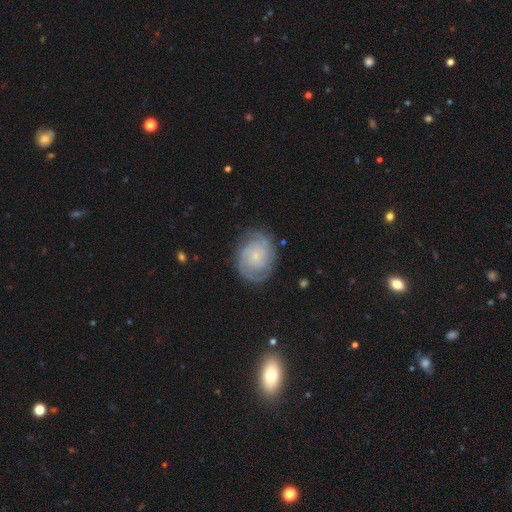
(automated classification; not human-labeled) Q: Smooth or featured?
A: featured or disk (81%); runner-up: smooth (14%)
Q: Edge-on disk?
A: no (98%); runner-up: yes (2%)
Q: Bar?
A: no (76%); runner-up: weak (20%)
Q: Spiral arms?
A: yes (96%); runner-up: no (4%)
Q: Spiral winding?
A: tight (68%); runner-up: medium (26%)
Q: Spiral arm count?
A: 2 (42%); runner-up: can't tell (23%)
Q: Bulge size?
A: small (78%); runner-up: moderate (15%)
Q: Merging?
A: none (77%); runner-up: minor disturbance (16%)